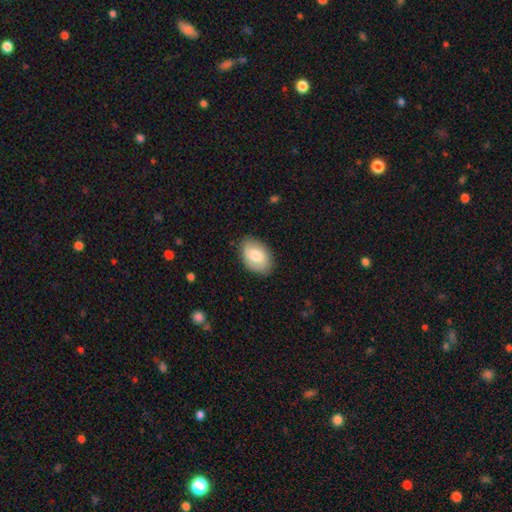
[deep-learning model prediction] This is likely a smooth galaxy (77%). How rounded: clearly in between (90%). Merging: clearly none (84%).